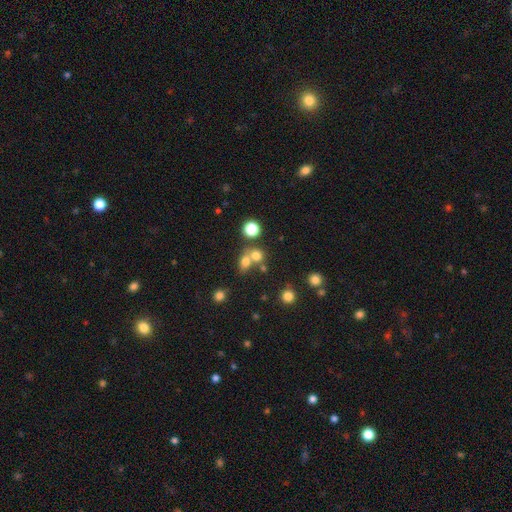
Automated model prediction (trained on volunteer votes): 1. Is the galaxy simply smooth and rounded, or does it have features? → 72% smooth, 17% star or artifact, 11% featured or disk.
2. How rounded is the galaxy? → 71% round, 27% in between, 1% cigar-shaped.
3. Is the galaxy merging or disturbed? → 47% merger, 42% none, 8% minor disturbance, 4% major disturbance.